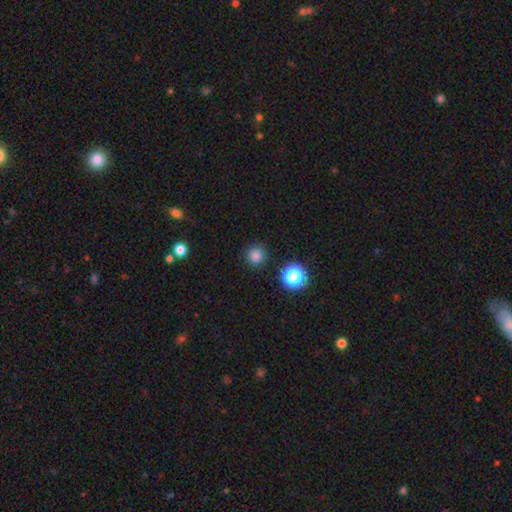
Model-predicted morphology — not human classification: smooth_or_featured: smooth (p=0.80) [alt: star or artifact p=0.16]
how_rounded: round (p=0.95) [alt: in between p=0.04]
merging: none (p=0.90) [alt: minor disturbance p=0.06]